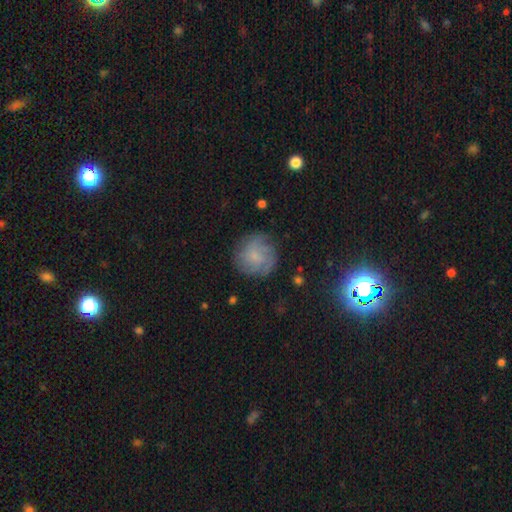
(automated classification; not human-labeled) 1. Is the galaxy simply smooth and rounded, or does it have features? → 46% featured or disk, 44% smooth, 10% star or artifact.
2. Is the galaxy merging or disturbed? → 74% none, 17% minor disturbance, 7% major disturbance, 2% merger.